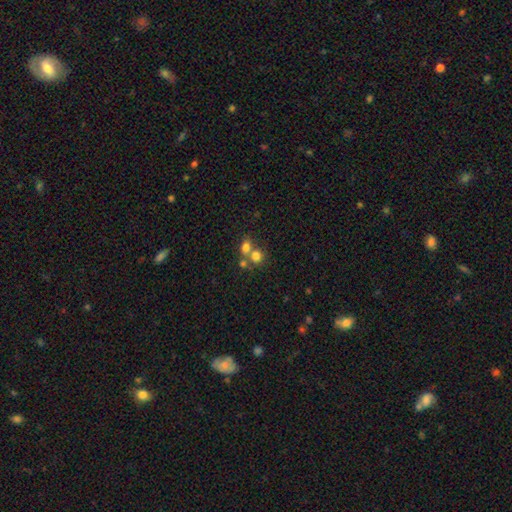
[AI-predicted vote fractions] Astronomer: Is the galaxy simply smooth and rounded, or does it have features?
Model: smooth — 75%.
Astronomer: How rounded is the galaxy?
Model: round — 72%.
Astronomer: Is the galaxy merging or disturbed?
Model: merger — 51% (runner-up: none, 38%).